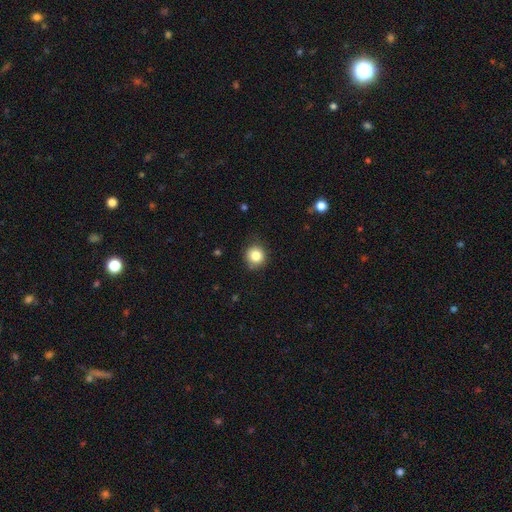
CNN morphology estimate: The model was most divided on "merging": none: 83%, minor disturbance: 13%, major disturbance: 3%, merger: 1%. More confident: how rounded — round (92%); smooth or featured — smooth (83%).